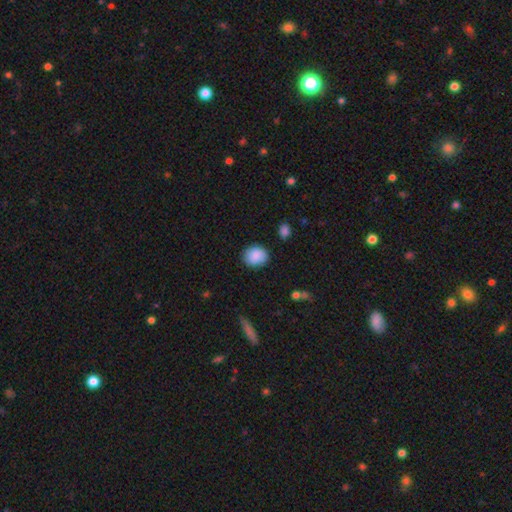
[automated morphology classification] This is clearly a smooth galaxy (88%). How rounded: likely round (63%). Merging: clearly none (85%).